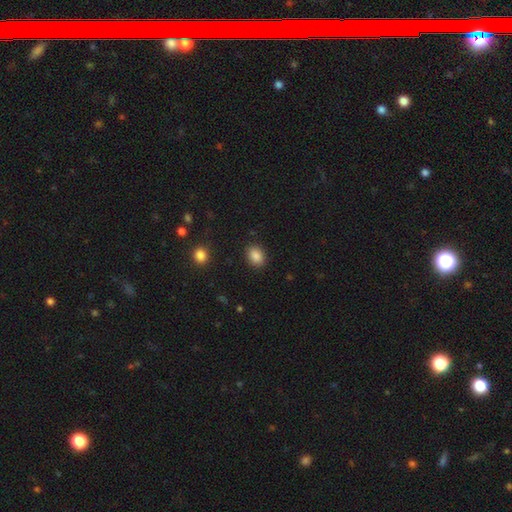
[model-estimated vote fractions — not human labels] A smooth galaxy with no disk features (87%) that is in between round and cigar-shaped (65%). Merging: none (89%).